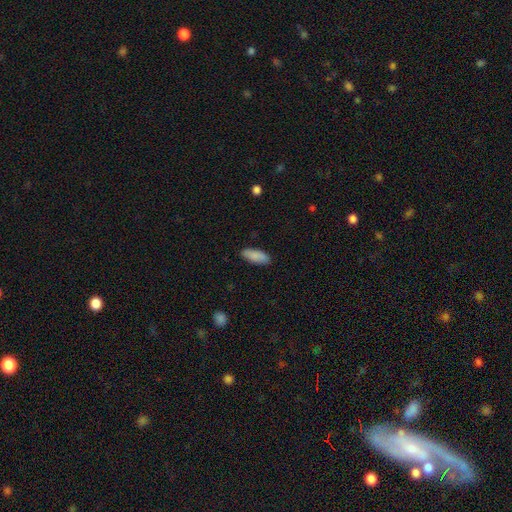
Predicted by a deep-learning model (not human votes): smooth 88%, featured or disk 6%, star or artifact 6%. Down the decision tree: how rounded — in between (74%); merging — none (87%).